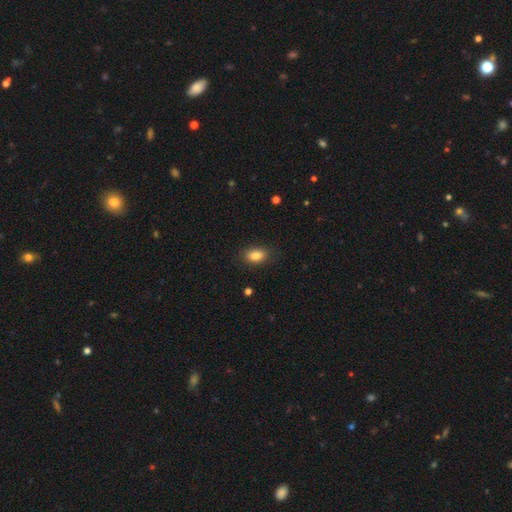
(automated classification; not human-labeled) This appears to be a smooth galaxy with no disk features (85%) that is in between round and cigar-shaped (87%). Merging: none (85%).